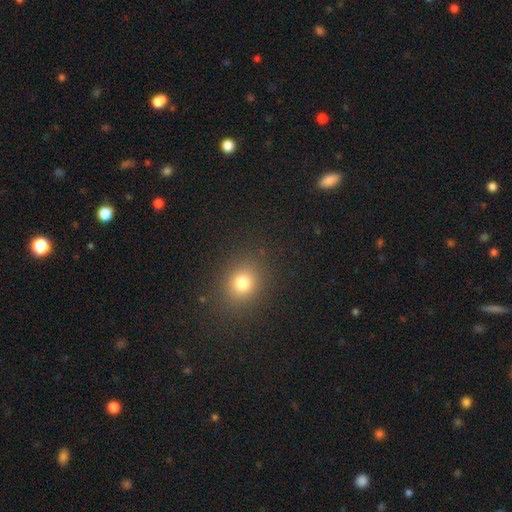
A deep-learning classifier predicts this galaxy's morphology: The model was most divided on "how rounded": round: 70%, in between: 29%, cigar-shaped: 1%. More confident: merging — none (91%); smooth or featured — smooth (69%).